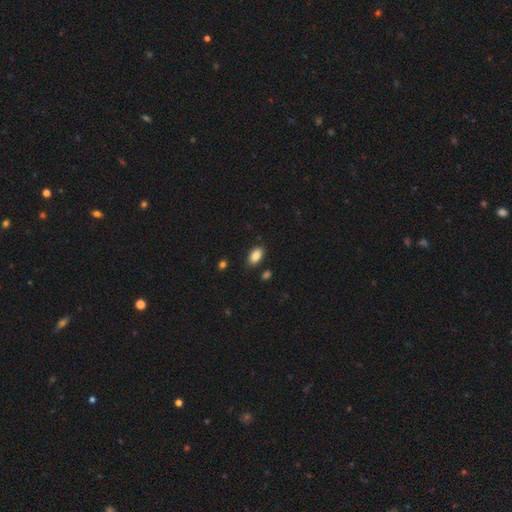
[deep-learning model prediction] The model was most divided on "merging": none: 85%, minor disturbance: 10%, major disturbance: 2%, merger: 2%. More confident: how rounded — in between (92%); smooth or featured — smooth (87%).